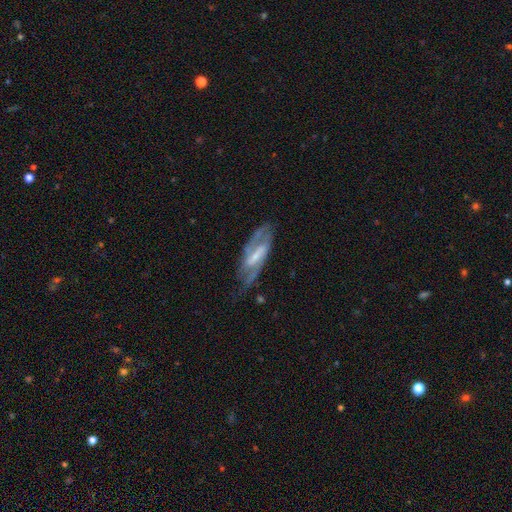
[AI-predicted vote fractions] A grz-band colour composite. It shows a featured or disk galaxy (83%) with a strong bar (52%), 2 (83%) medium (50%) spiral arms (90%) and a small central bulge (52%). Merging: none (65%).